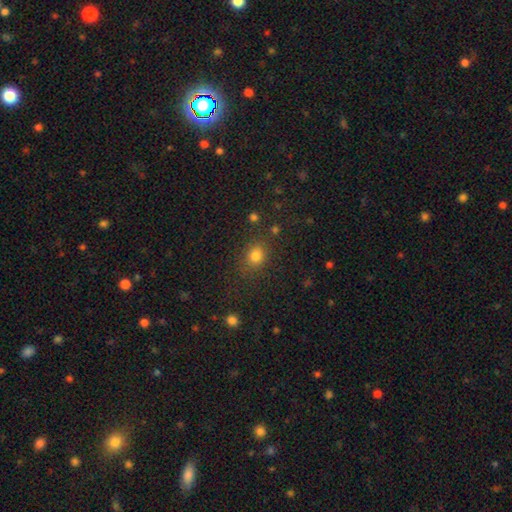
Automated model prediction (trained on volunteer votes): smooth_or_featured: smooth (p=0.79) [alt: star or artifact p=0.15]
how_rounded: round (p=0.66) [alt: in between p=0.33]
merging: none (p=0.79) [alt: minor disturbance p=0.12]